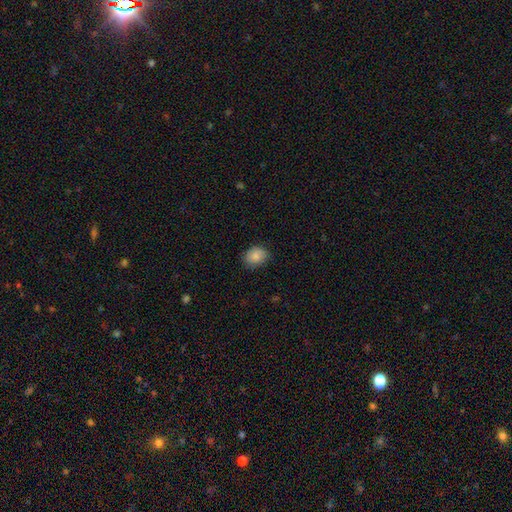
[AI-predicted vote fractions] Smooth or featured: smooth — 85% (star or artifact — 8%)
How rounded: in between — 55% (round — 44%)
Merging: none — 82% (minor disturbance — 15%)